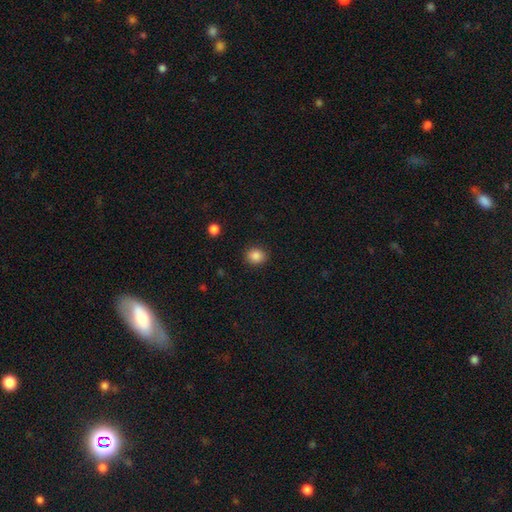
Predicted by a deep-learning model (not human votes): Q: Smooth or featured?
A: smooth (86%); runner-up: star or artifact (10%)
Q: How rounded?
A: round (72%); runner-up: in between (27%)
Q: Merging?
A: none (89%); runner-up: minor disturbance (8%)